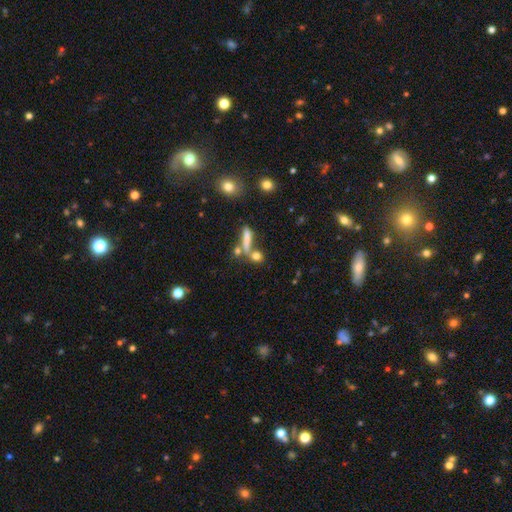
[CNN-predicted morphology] Smooth or featured: smooth — 69% (featured or disk — 16%)
How rounded: round — 41% (cigar-shaped — 34%)
Merging: none — 53% (merger — 28%)